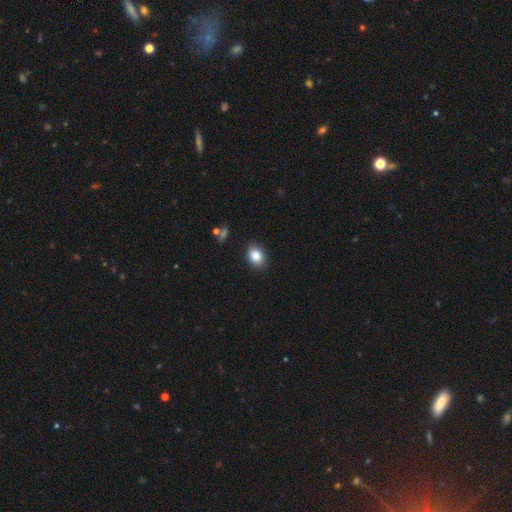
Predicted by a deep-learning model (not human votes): This appears to be a smooth galaxy with no disk features (85%) that is in between round and cigar-shaped (65%). Merging: none (87%).